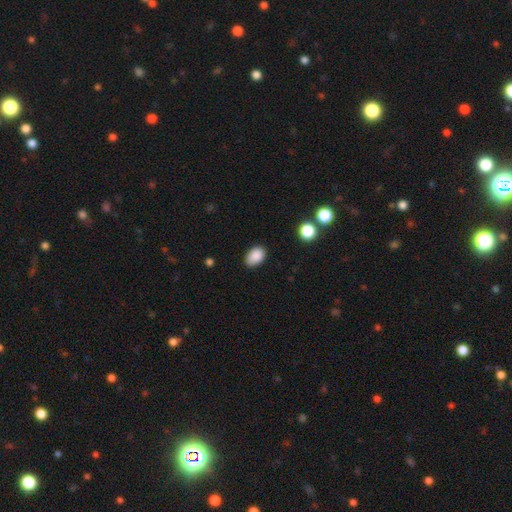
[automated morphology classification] This is clearly a smooth galaxy (88%). How rounded: clearly in between (84%). Merging: likely none (77%).